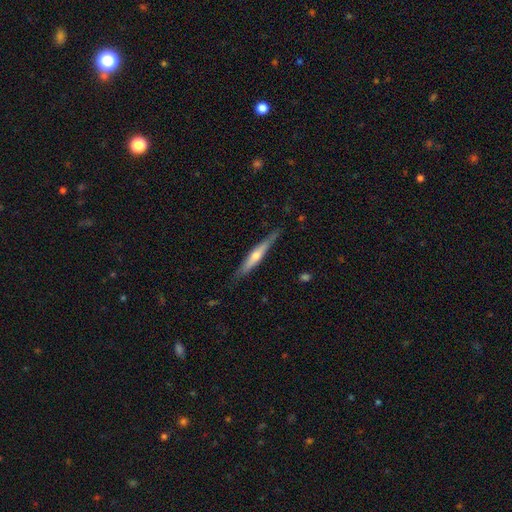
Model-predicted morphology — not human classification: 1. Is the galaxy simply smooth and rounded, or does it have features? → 60% featured or disk, 34% smooth, 6% star or artifact.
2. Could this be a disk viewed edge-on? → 95% yes, 5% no.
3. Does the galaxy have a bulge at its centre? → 80% rounded, 15% none, 5% boxy.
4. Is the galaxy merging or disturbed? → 83% none, 13% minor disturbance, 2% major disturbance, 1% merger.